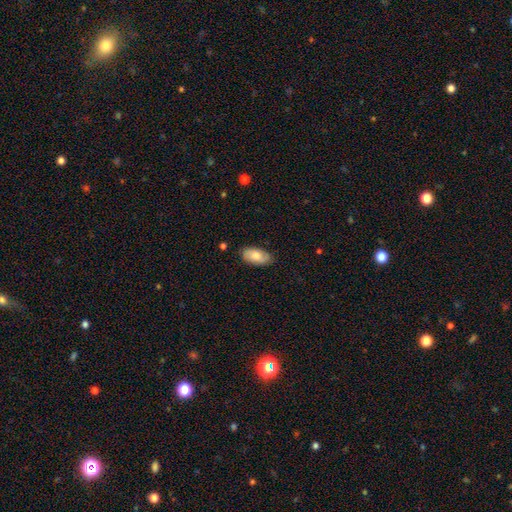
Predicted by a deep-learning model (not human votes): smooth-or-featured: smooth: 78% | featured or disk: 16% | star or artifact: 6%
  how-rounded: in between: 94% | cigar-shaped: 3% | round: 3%
  merging: none: 84% | minor disturbance: 12% | major disturbance: 2% | merger: 1%